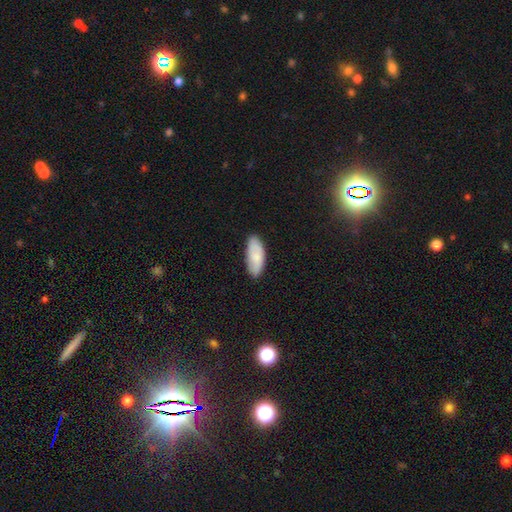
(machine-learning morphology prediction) smooth-or-featured: smooth: 82% | featured or disk: 13% | star or artifact: 6%
  how-rounded: in between: 84% | cigar-shaped: 14% | round: 2%
  merging: none: 83% | minor disturbance: 14% | major disturbance: 2% | merger: 1%